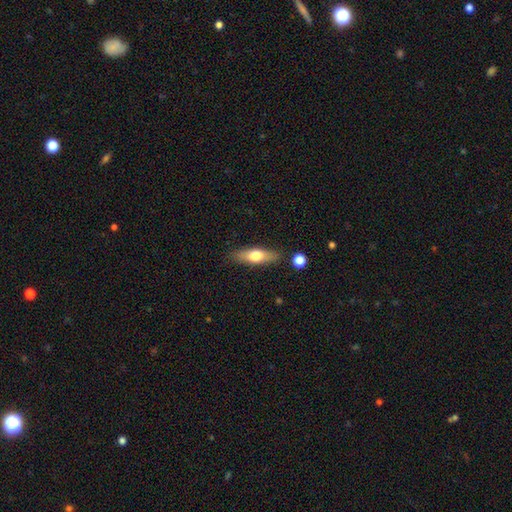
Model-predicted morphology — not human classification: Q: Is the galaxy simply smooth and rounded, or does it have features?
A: smooth — 60%.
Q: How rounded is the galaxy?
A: cigar-shaped — 51%.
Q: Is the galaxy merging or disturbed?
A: none — 83%.